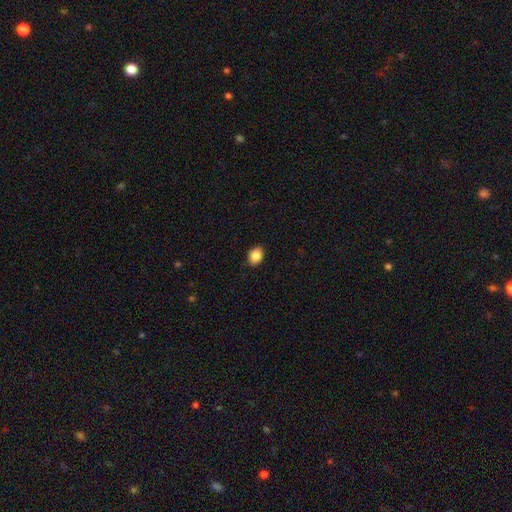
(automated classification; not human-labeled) This is clearly a smooth galaxy (88%). How rounded: likely in between (62%). Merging: clearly none (88%).